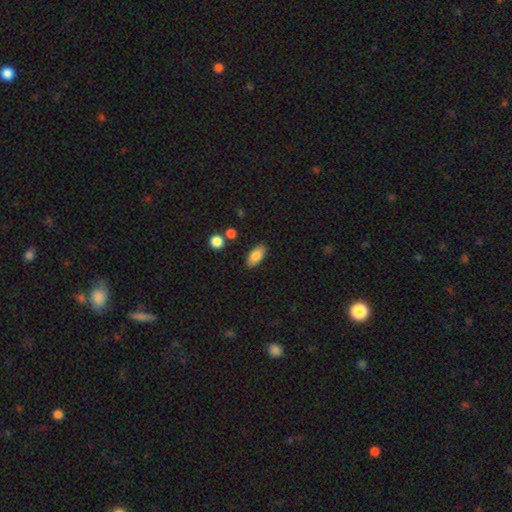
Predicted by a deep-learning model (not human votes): smooth_or_featured: smooth (p=0.83) [alt: featured or disk p=0.10]
how_rounded: in between (p=0.88) [alt: cigar-shaped p=0.09]
merging: none (p=0.84) [alt: minor disturbance p=0.11]